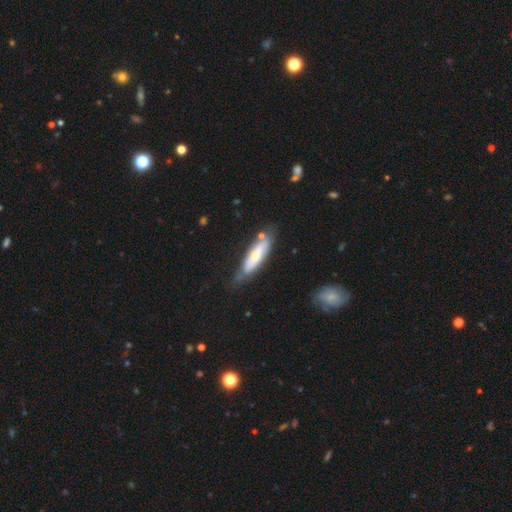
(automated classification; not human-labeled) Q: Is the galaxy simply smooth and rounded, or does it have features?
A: smooth — 50%.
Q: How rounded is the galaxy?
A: cigar-shaped — 59%.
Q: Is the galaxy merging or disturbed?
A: none — 63%.